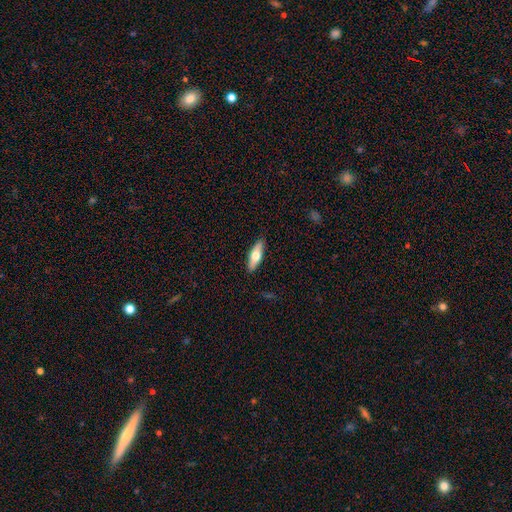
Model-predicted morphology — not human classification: A smooth galaxy with no disk features (57%) that is in between round and cigar-shaped (51%). Merging: none (88%).